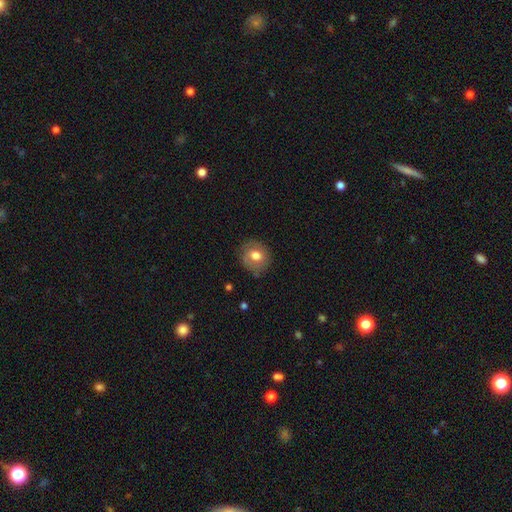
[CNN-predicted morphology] smooth-or-featured: smooth: 68% | featured or disk: 24% | star or artifact: 8%
  how-rounded: round: 79% | in between: 20% | cigar-shaped: 1%
  merging: none: 77% | minor disturbance: 17% | major disturbance: 5% | merger: 1%